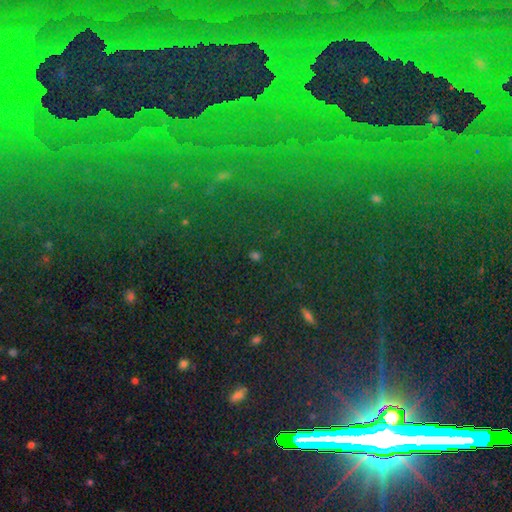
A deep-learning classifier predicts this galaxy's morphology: A star or artifact, not a galaxy (68%).

Vote fractions:
- Smooth or featured? star or artifact: 68% / smooth: 21% / featured or disk: 11%